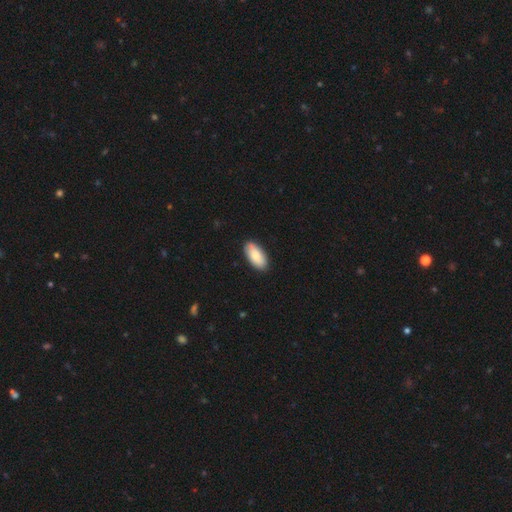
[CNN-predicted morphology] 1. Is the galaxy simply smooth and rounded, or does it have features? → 81% smooth, 13% featured or disk, 6% star or artifact.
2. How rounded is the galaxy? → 93% in between, 5% cigar-shaped, 2% round.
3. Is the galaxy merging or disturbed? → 88% none, 9% minor disturbance, 2% major disturbance, 1% merger.